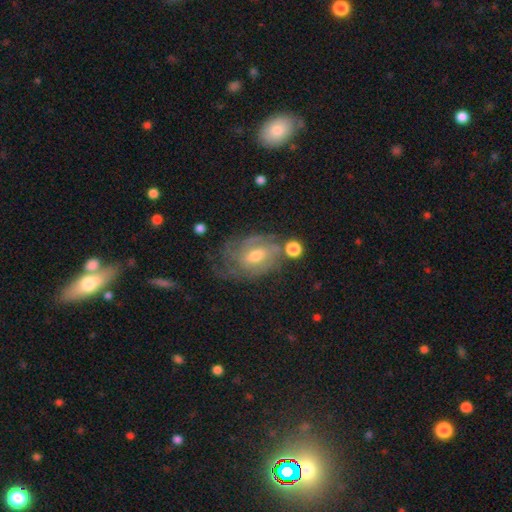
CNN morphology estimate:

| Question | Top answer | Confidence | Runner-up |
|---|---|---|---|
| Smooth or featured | featured or disk | 74% | smooth (18%) |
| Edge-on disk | no | 95% | yes (5%) |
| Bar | weak | 47% | no (43%) |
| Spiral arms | yes | 87% | no (13%) |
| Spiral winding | tight | 53% | medium (34%) |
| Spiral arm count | can't tell | 47% | 2 (20%) |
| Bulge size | moderate | 64% | small (27%) |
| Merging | none | 52% | minor disturbance (24%) |